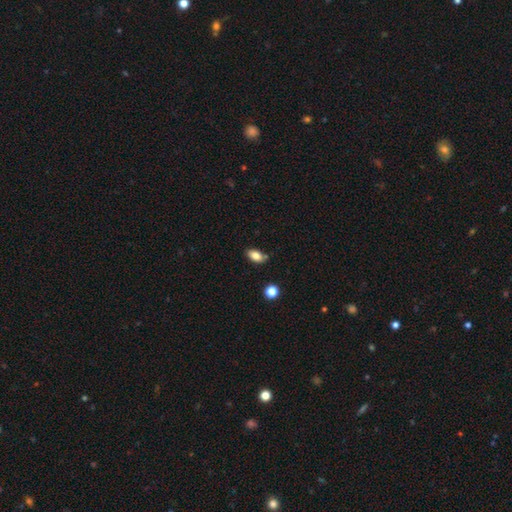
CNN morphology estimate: smooth 83%, star or artifact 9%, featured or disk 8%. Down the decision tree: how rounded — in between (89%); merging — none (76%).